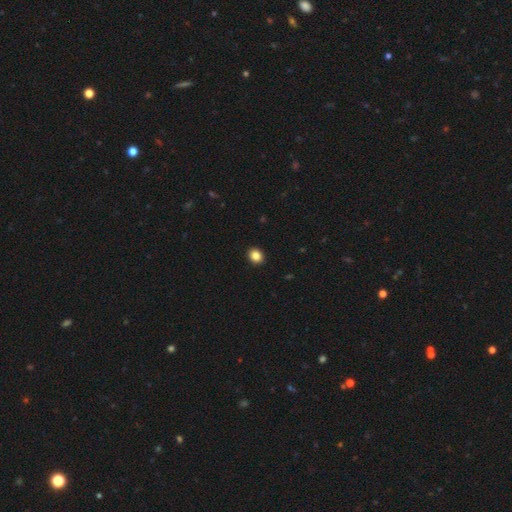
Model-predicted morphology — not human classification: Smooth or featured? smooth (85%)
How rounded? round (62%)
Merging? none (93%)